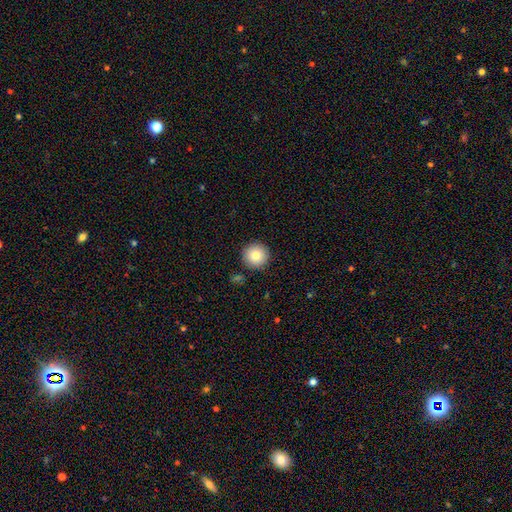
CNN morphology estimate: This is clearly a smooth galaxy (84%). How rounded: clearly round (96%). Merging: clearly none (90%).